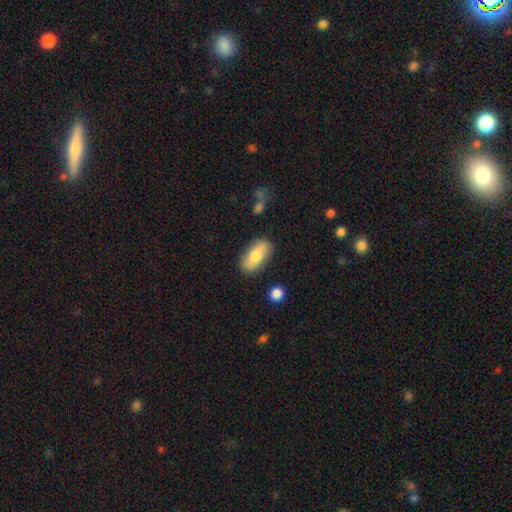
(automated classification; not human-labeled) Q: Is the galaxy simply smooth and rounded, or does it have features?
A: smooth — 67%.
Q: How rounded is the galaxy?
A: in between — 87%.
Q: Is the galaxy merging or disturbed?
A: none — 82%.